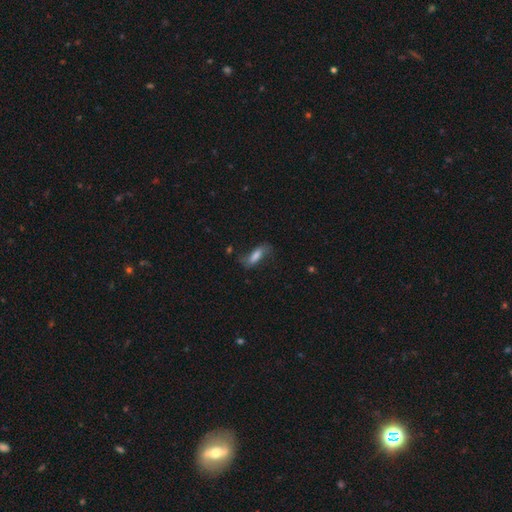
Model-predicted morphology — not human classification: Smooth or featured? smooth (64%)
How rounded? in between (56%)
Merging? none (55%)